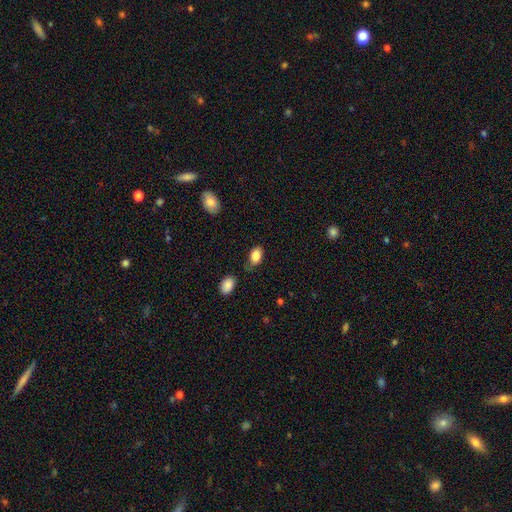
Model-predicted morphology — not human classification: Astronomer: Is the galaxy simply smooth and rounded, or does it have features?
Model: smooth — 85%.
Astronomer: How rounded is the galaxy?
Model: in between — 90%.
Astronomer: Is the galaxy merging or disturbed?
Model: none — 65%.